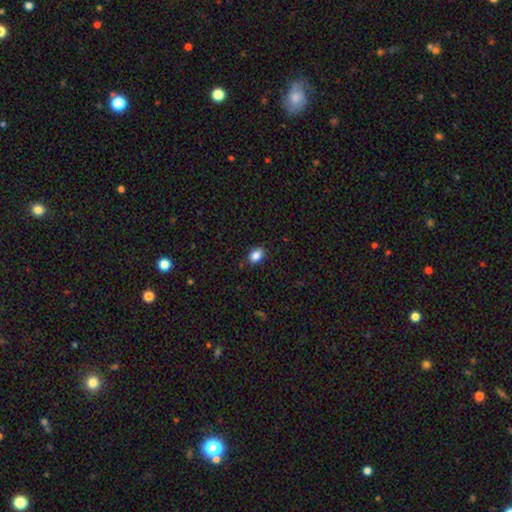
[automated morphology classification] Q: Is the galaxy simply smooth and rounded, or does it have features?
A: smooth — 86%.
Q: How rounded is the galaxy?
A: in between — 81%.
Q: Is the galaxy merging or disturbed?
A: none — 87%.